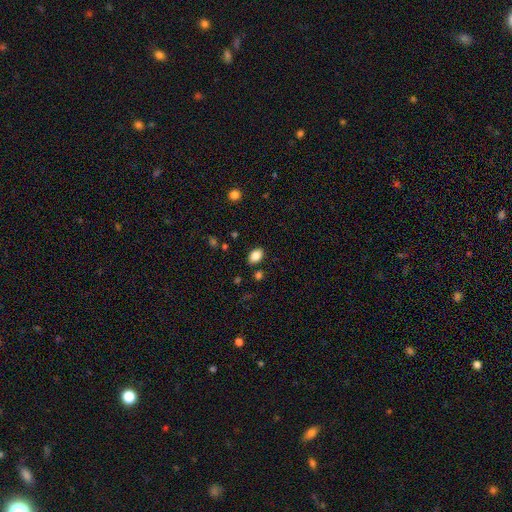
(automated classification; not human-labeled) The model was most divided on "how rounded": in between: 82%, round: 16%, cigar-shaped: 1%. More confident: smooth or featured — smooth (86%); merging — none (86%).